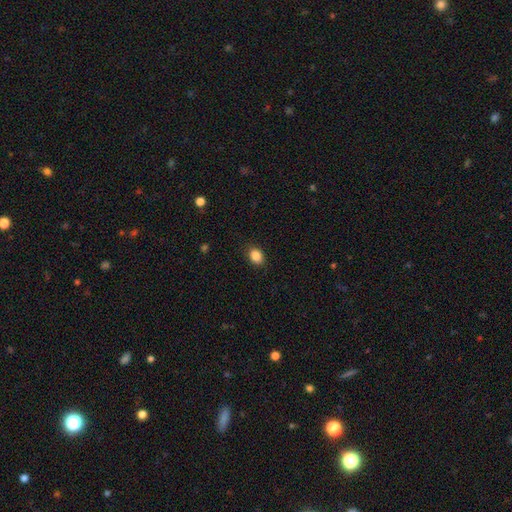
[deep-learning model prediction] The model was most divided on "how rounded": in between: 66%, round: 33%, cigar-shaped: 1%. More confident: smooth or featured — smooth (87%); merging — none (87%).